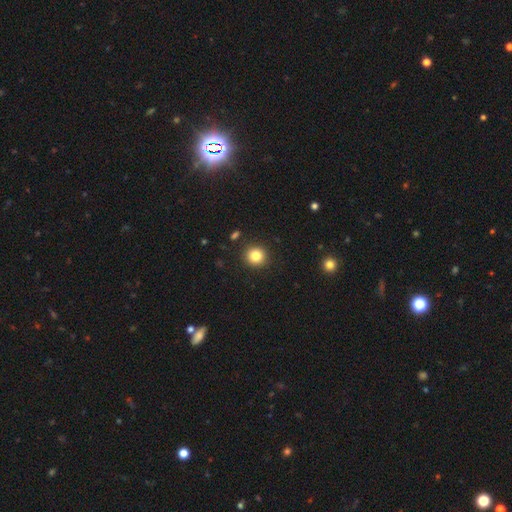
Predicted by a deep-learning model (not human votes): Morphology: type=smooth (83%); roundness=round (93%); merging=none (91%).